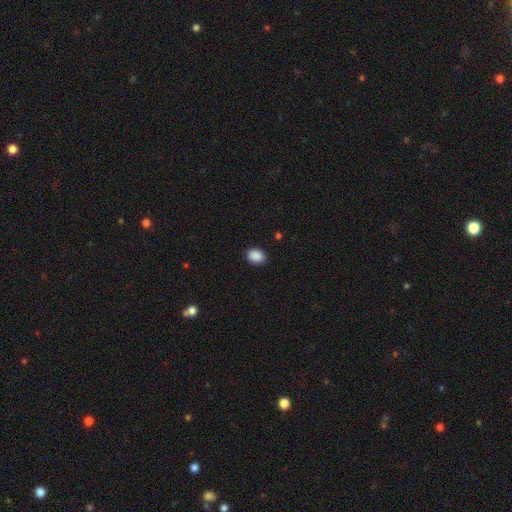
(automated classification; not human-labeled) Smooth or featured? Predicted: smooth (p=0.90). How rounded? Predicted: in between (p=0.69). Merging? Predicted: none (p=0.89).